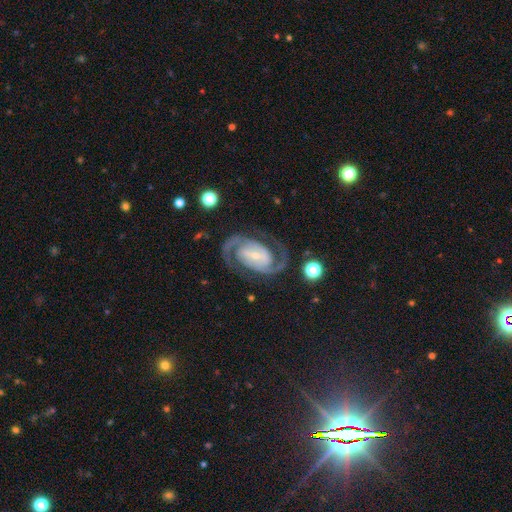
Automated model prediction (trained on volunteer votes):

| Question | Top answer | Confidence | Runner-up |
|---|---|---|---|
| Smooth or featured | featured or disk | 92% | star or artifact (4%) |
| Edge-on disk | no | 98% | yes (2%) |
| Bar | weak | 39% | tied: strong (39%) |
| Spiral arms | yes | 98% | no (2%) |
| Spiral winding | medium | 52% | tight (39%) |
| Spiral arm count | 2 | 93% | can't tell (2%) |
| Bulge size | small | 71% | moderate (21%) |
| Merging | none | 79% | minor disturbance (12%) |